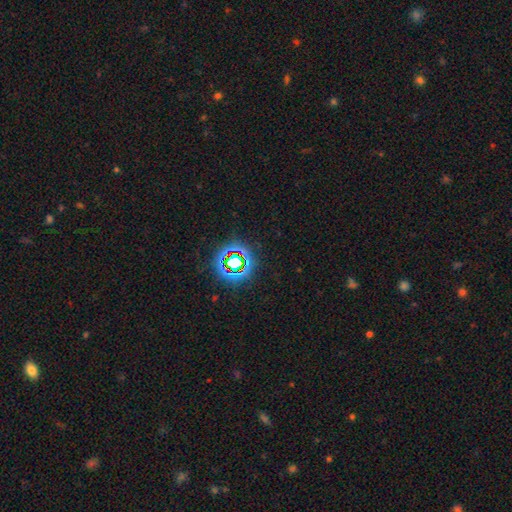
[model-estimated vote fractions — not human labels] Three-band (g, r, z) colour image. It shows a star or artifact, not a galaxy (55%).